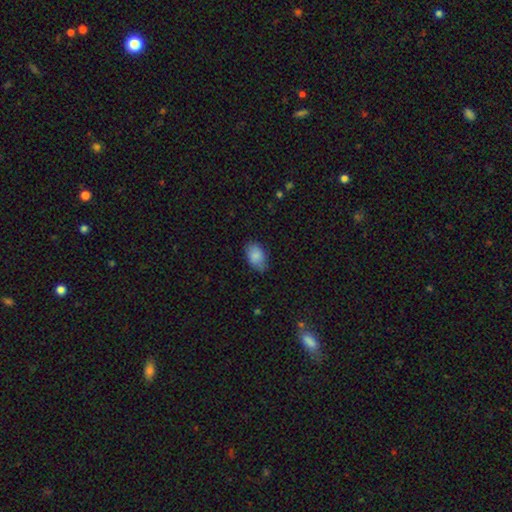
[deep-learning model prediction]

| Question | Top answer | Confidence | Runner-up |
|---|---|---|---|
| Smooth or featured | smooth | 86% | featured or disk (7%) |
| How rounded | in between | 89% | round (9%) |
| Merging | none | 76% | minor disturbance (20%) |